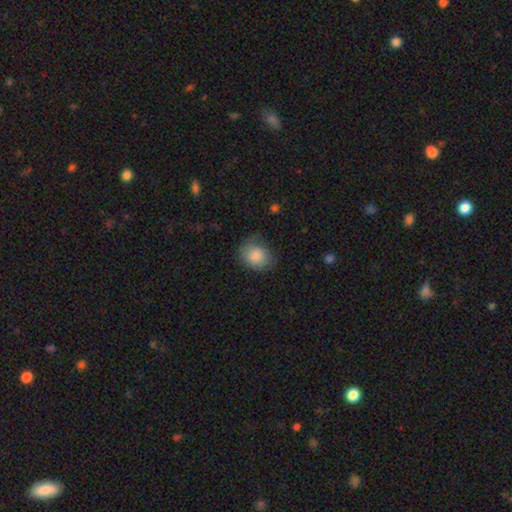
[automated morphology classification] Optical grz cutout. It shows a smooth galaxy with no disk features (84%) that is round (60%). Merging: none (61%).